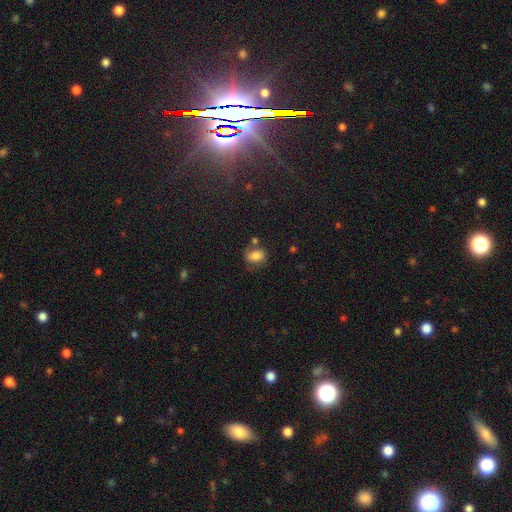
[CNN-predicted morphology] Smooth or featured: smooth — 78% (featured or disk — 11%)
How rounded: in between — 74% (round — 24%)
Merging: none — 57% (minor disturbance — 21%)